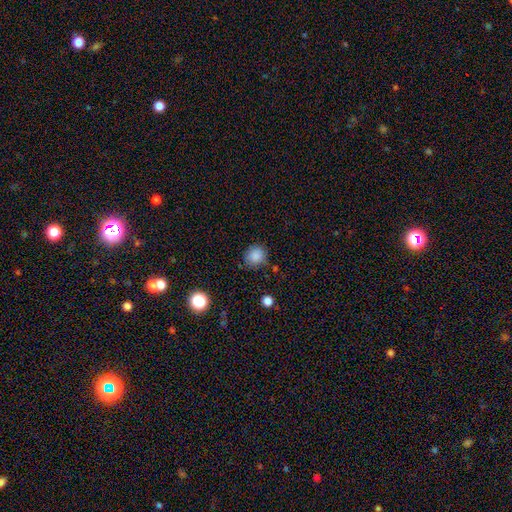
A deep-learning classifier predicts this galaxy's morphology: smooth 85%, star or artifact 10%, featured or disk 4%. Down the decision tree: how rounded — round (81%); merging — none (77%).